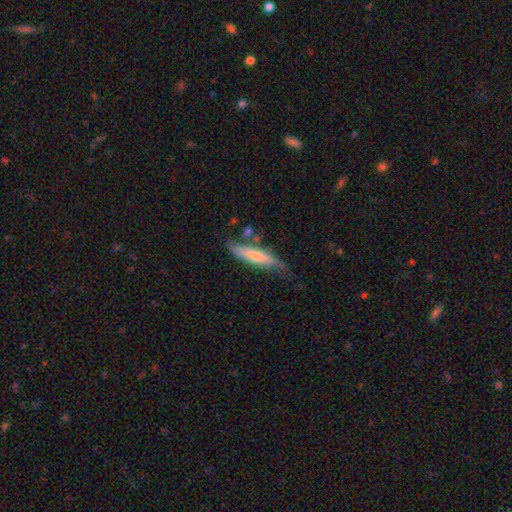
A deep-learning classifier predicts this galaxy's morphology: type=smooth (56%); roundness=cigar-shaped (76%); merging=none (53%).